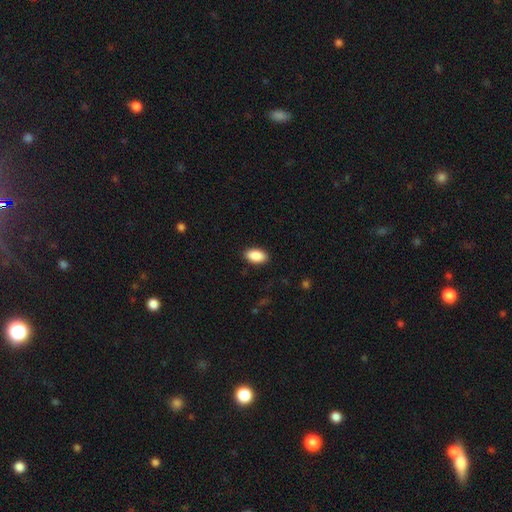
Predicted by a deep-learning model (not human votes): smooth_or_featured: smooth (p=0.90) [alt: star or artifact p=0.07]
how_rounded: in between (p=0.94) [alt: round p=0.04]
merging: none (p=0.89) [alt: minor disturbance p=0.08]